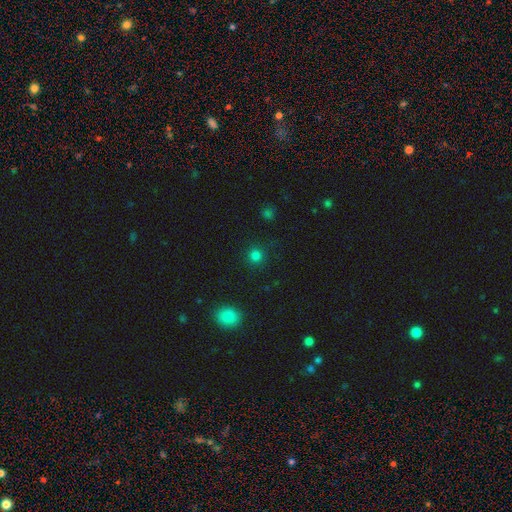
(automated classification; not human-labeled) This is likely a smooth galaxy (79%). How rounded: clearly round (94%). Merging: clearly none (90%).